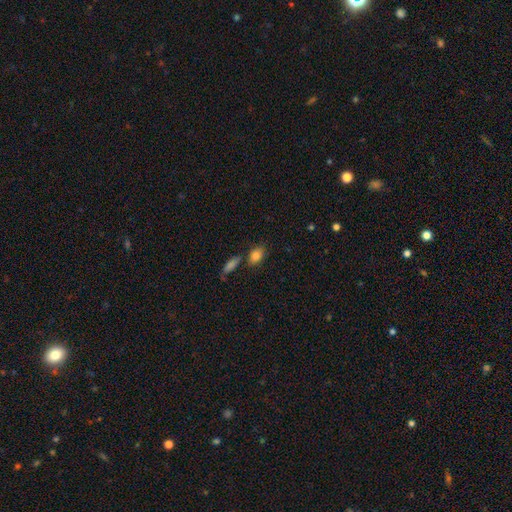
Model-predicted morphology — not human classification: type=smooth (84%); roundness=in between (85%); merging=none (62%).